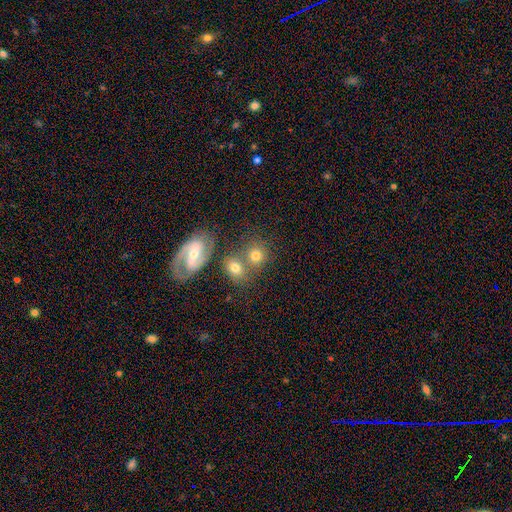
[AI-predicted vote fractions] smooth_or_featured: smooth (p=0.69) [alt: featured or disk p=0.20]
how_rounded: round (p=0.74) [alt: in between p=0.25]
merging: none (p=0.55) [alt: merger p=0.30]